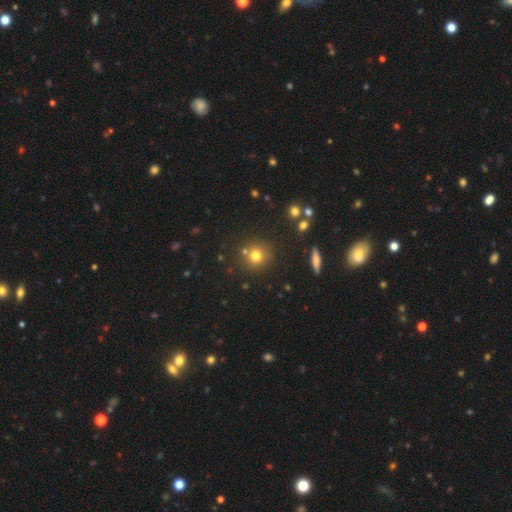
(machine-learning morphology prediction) A smooth galaxy with no disk features (74%) that is round (92%). Merging: none (79%).